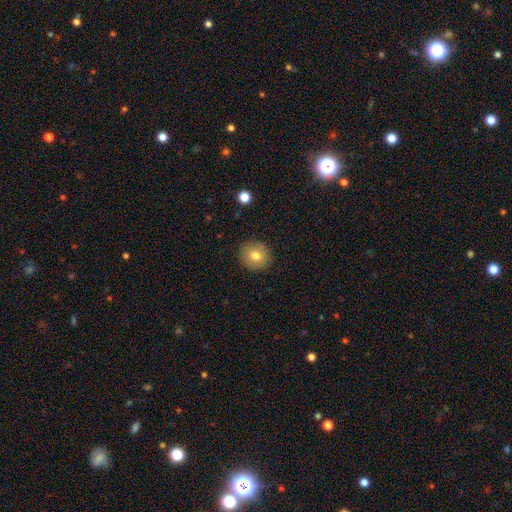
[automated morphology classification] type=smooth (77%); roundness=round (82%); merging=none (89%).